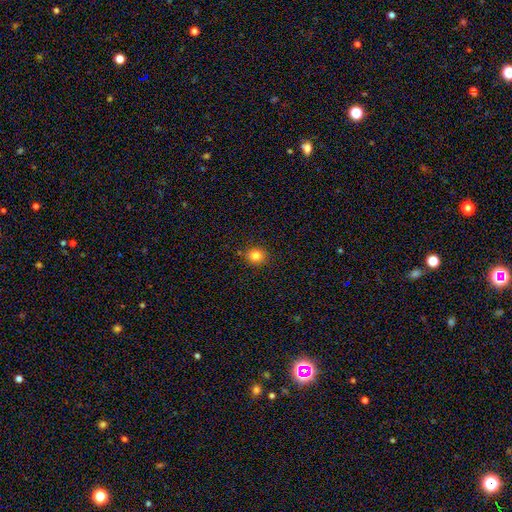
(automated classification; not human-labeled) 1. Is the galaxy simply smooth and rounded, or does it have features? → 82% smooth, 12% star or artifact, 6% featured or disk.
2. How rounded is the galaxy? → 78% round, 21% in between, 1% cigar-shaped.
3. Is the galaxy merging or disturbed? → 86% none, 10% minor disturbance, 2% major disturbance, 2% merger.